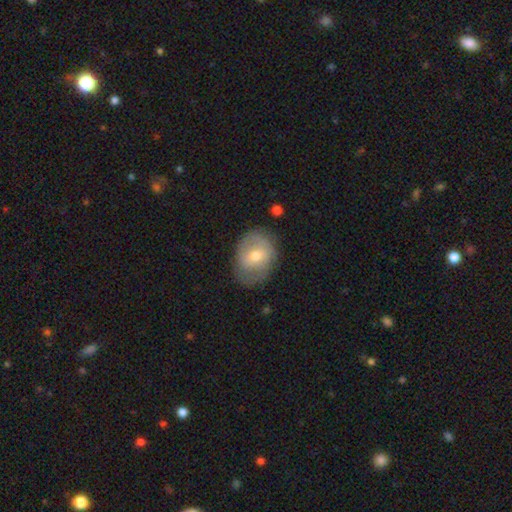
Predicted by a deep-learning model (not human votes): Smooth or featured? Predicted: smooth (p=0.52). How rounded? Predicted: in between (p=0.59). Merging? Predicted: none (p=0.69).